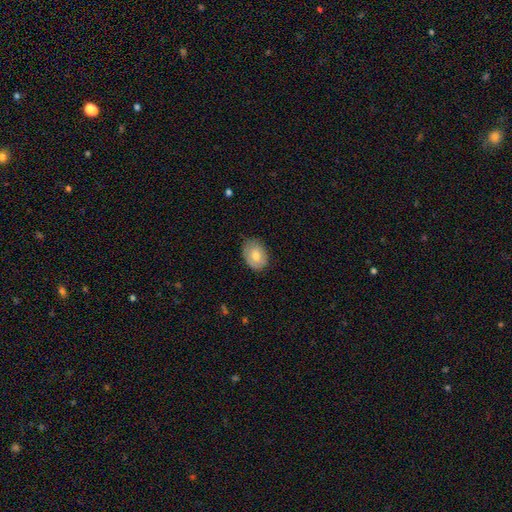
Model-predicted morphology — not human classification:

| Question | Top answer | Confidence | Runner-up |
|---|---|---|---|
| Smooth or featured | smooth | 70% | featured or disk (23%) |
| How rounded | in between | 69% | round (30%) |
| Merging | none | 70% | minor disturbance (25%) |